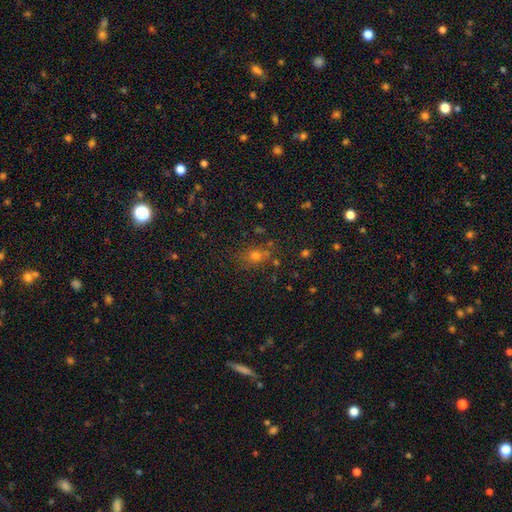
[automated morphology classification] This appears to be a smooth galaxy with no disk features (60%) that is round (61%). Merging: none (73%).